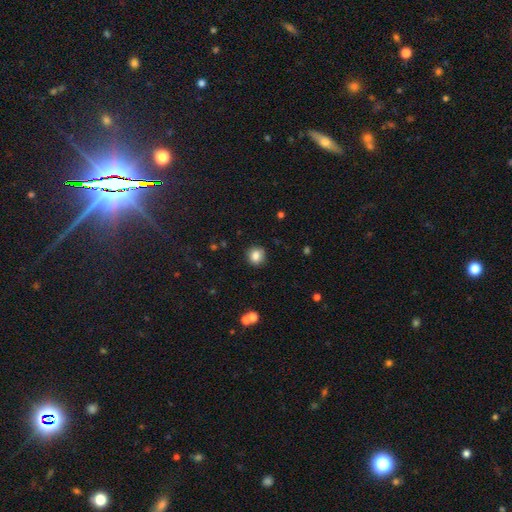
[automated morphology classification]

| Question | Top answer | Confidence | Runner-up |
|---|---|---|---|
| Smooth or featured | smooth | 84% | star or artifact (10%) |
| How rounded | round | 91% | in between (9%) |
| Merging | none | 90% | minor disturbance (6%) |